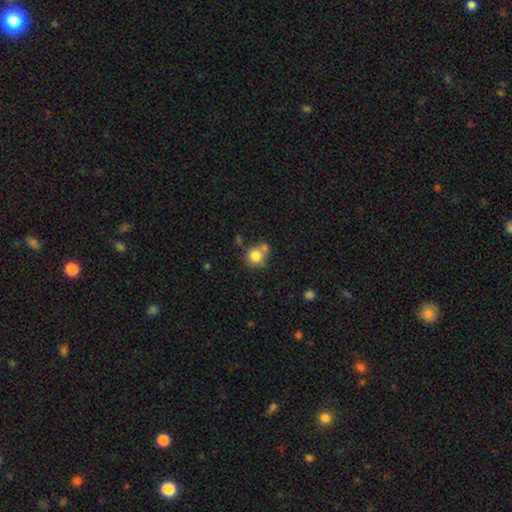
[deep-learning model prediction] smooth-or-featured: smooth: 80% | featured or disk: 10% | star or artifact: 10%
  how-rounded: round: 86% | in between: 13% | cigar-shaped: 1%
  merging: none: 51% | merger: 29% | minor disturbance: 15% | major disturbance: 5%